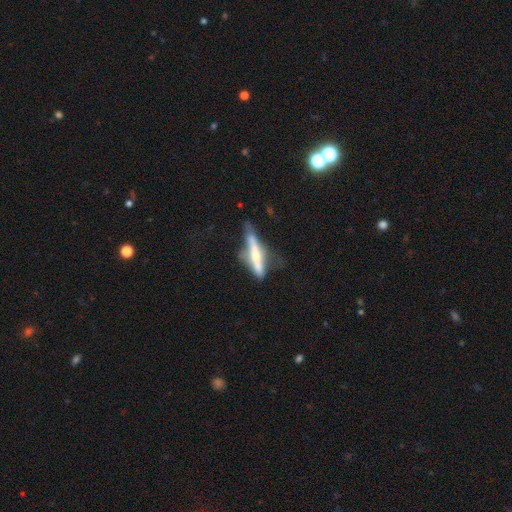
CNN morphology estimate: This is possibly a featured or disk galaxy (54%). It is clearly viewed edge-on (80%). Merging: marginally none (41%).